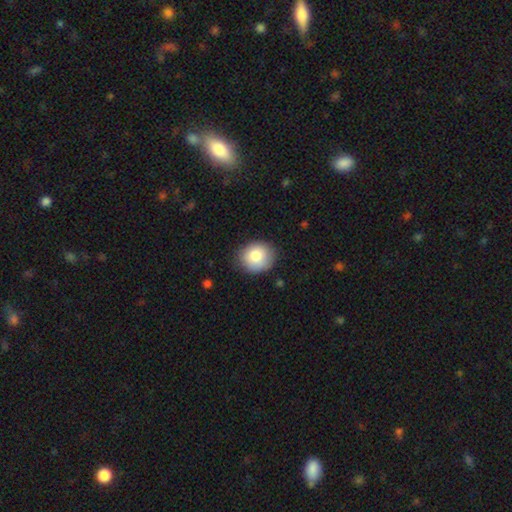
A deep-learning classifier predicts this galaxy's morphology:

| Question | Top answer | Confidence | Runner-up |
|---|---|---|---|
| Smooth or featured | smooth | 82% | featured or disk (10%) |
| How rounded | round | 78% | in between (21%) |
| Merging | none | 84% | minor disturbance (12%) |